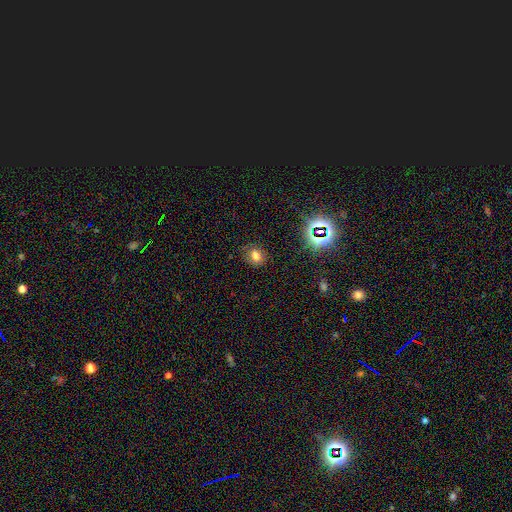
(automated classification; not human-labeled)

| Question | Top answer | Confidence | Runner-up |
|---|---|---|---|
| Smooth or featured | smooth | 71% | star or artifact (20%) |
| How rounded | round | 63% | in between (36%) |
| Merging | none | 83% | minor disturbance (12%) |